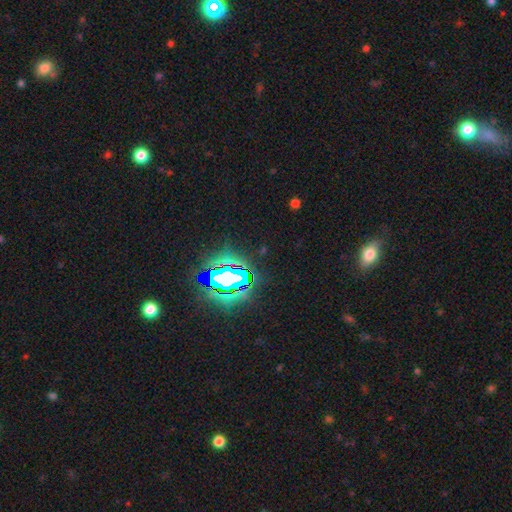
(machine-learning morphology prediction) smooth-or-featured: star or artifact: 79% | smooth: 12% | featured or disk: 9%